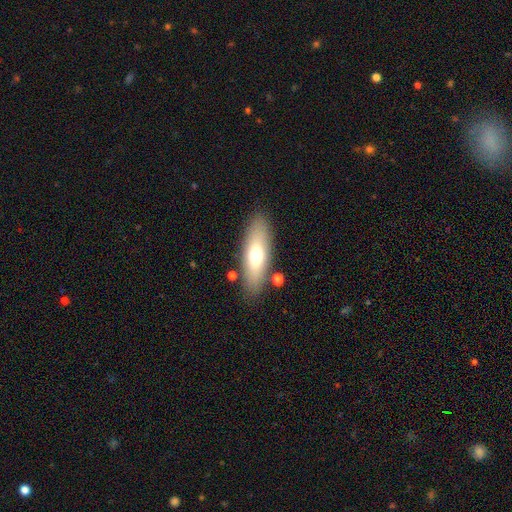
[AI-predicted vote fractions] This appears to be a smooth galaxy with no disk features (64%) that is in between round and cigar-shaped (60%). Merging: none (83%).